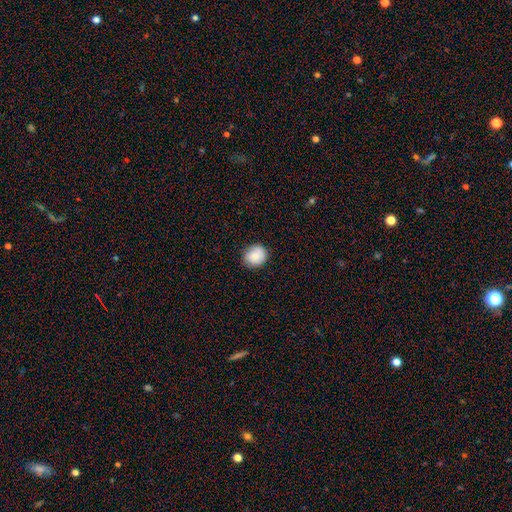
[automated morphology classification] This appears to be a smooth galaxy with no disk features (84%) that is round (83%). Merging: none (82%).